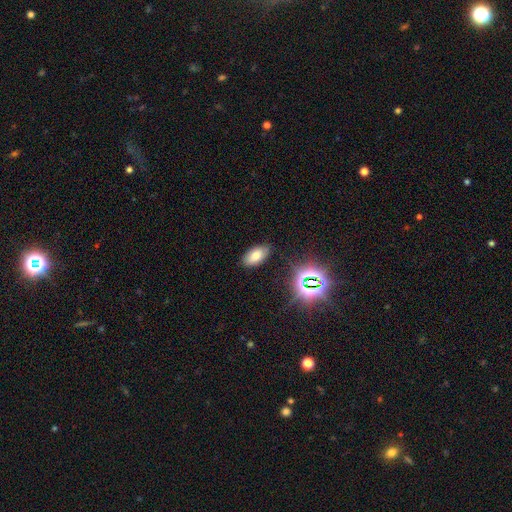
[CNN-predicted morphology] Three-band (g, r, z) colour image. It shows a smooth galaxy with no disk features (72%) that is in between round and cigar-shaped (93%). Merging: none (86%).